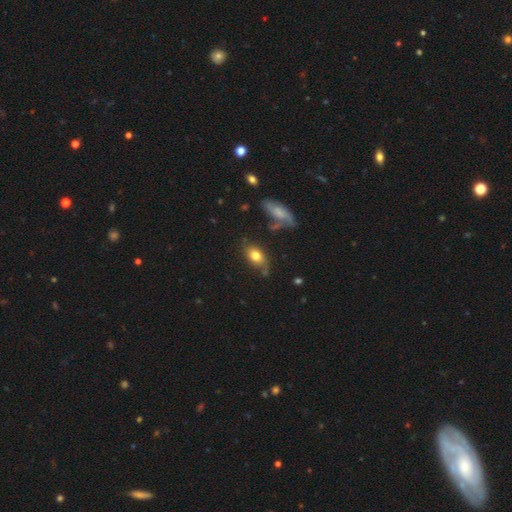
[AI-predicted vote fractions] Morphology: type=smooth (75%); roundness=in between (79%); merging=none (60%).